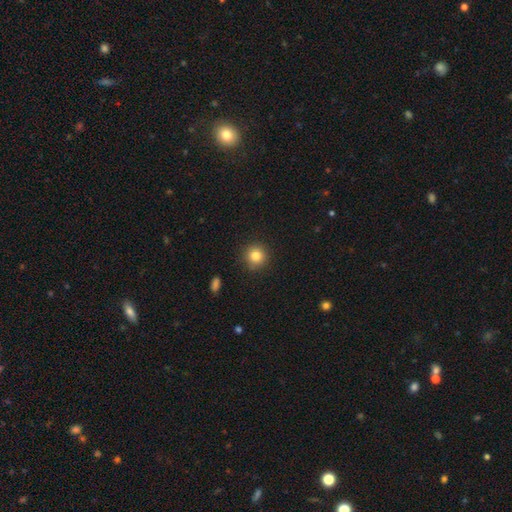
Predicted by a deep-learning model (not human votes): A smooth galaxy with no disk features (83%) that is round (93%).

Vote fractions:
- Smooth or featured? smooth: 83% / star or artifact: 11% / featured or disk: 6%
- How rounded? round: 93% / in between: 6% / cigar-shaped: 1%
- Merging? none: 90% / minor disturbance: 7% / major disturbance: 2% / merger: 1%